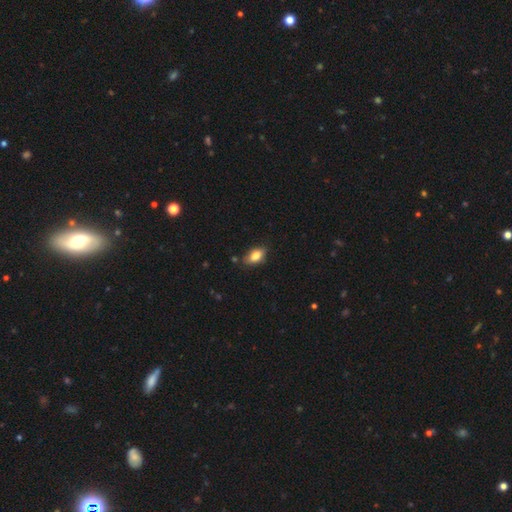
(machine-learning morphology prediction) This is clearly a smooth galaxy (82%). How rounded: clearly in between (89%). Merging: likely none (77%).